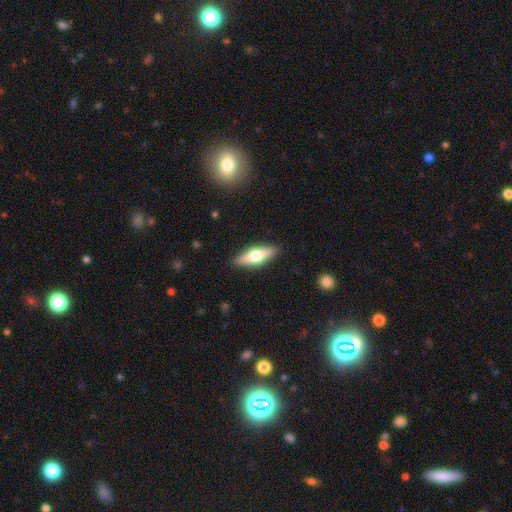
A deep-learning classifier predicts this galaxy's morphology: Overall: featured or disk (50%; smooth 44%). Edge-on disk: yes (91%). Merging: none (88%).